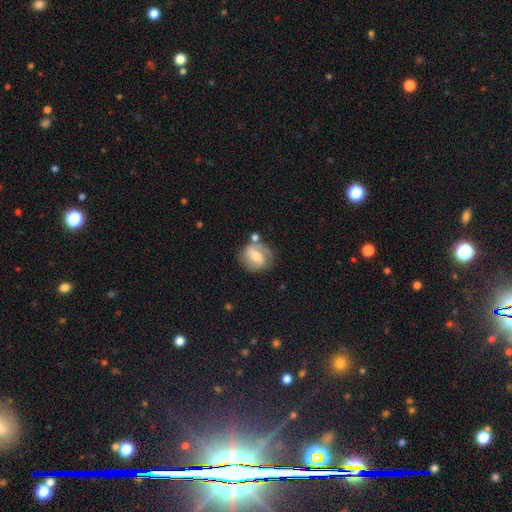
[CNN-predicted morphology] A featured or disk galaxy (59%) with a weak bar (44%), spiral arms (77%) and a moderate central bulge (61%). Merging: none (61%).